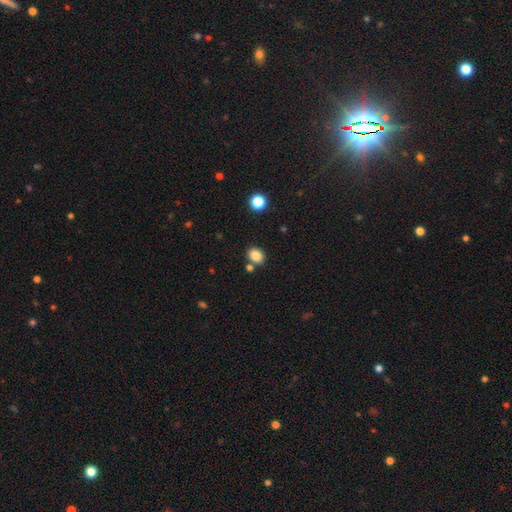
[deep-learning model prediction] This is clearly a smooth galaxy (85%). How rounded: possibly in between (53%). Merging: likely none (76%).